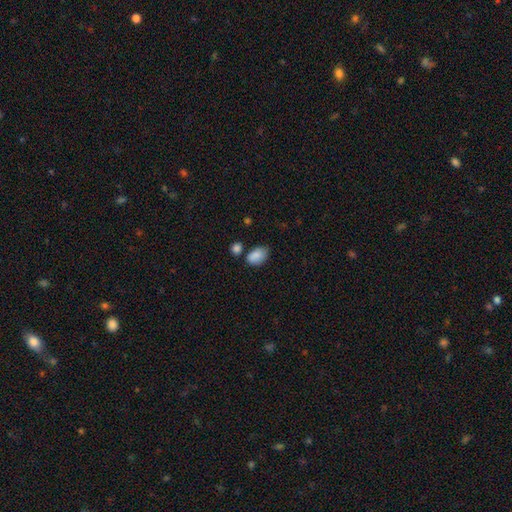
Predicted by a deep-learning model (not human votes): Smooth or featured? Predicted: smooth (p=0.86). How rounded? Predicted: in between (p=0.89). Merging? Predicted: none (p=0.56).